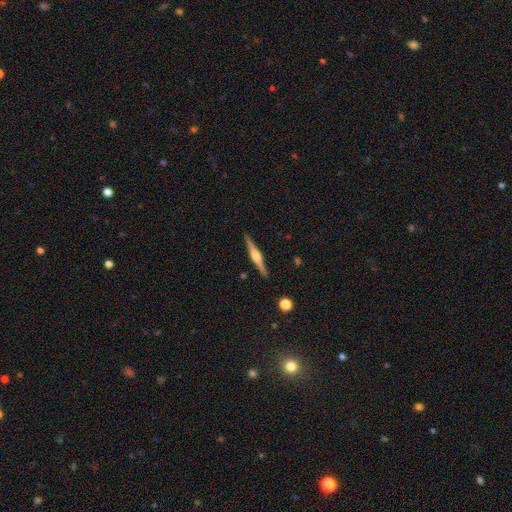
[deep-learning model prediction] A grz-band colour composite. It shows a featured or disk galaxy (78%) viewed edge-on (98%) with a rounded central bulge (81%). Merging: none (91%).